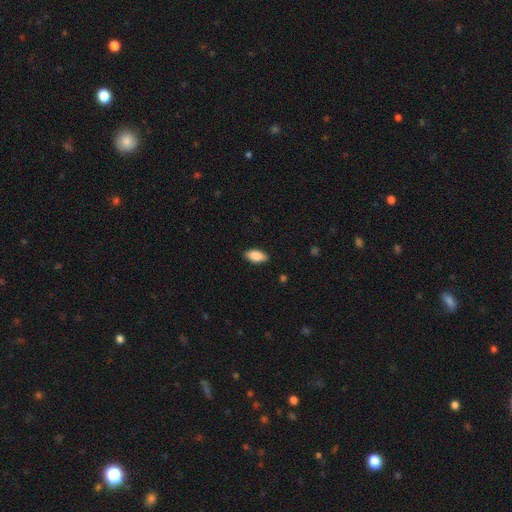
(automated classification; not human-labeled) Smooth or featured? smooth (84%)
How rounded? in between (91%)
Merging? none (88%)